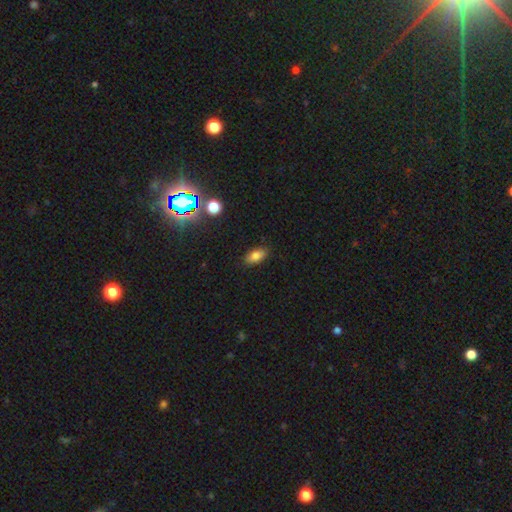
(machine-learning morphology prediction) The model was most divided on "smooth or featured": smooth: 79%, star or artifact: 11%, featured or disk: 11%. More confident: how rounded — in between (88%); merging — none (87%).